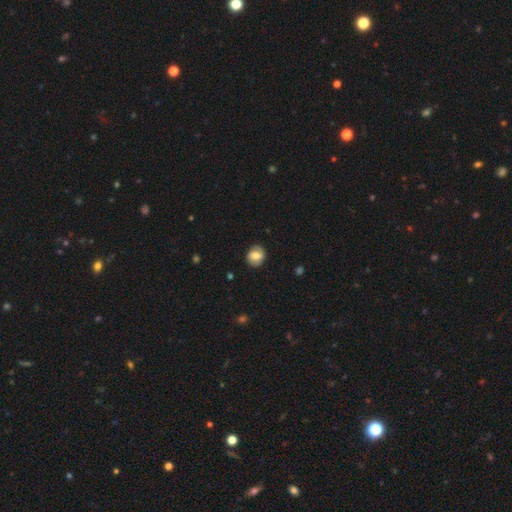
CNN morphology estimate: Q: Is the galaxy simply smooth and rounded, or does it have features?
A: smooth — 68%.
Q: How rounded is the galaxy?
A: round — 67%.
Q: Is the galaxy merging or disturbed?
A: none — 84%.